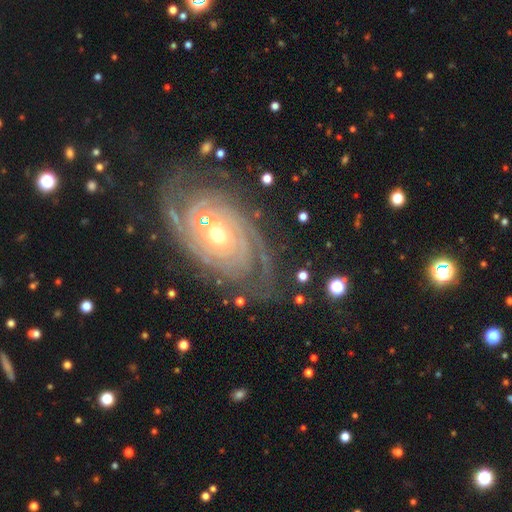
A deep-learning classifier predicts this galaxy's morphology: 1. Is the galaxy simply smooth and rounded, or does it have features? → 89% featured or disk, 6% star or artifact, 5% smooth.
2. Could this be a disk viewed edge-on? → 96% no, 4% yes.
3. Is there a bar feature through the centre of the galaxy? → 61% no, 27% weak, 12% strong.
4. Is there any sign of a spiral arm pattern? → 97% yes, 3% no.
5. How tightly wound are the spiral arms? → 77% tight, 19% medium, 4% loose.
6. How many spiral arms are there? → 26% 2, 23% 3, 22% can't tell, 14% 4, 9% more than 4, 7% 1.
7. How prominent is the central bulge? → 58% moderate, 35% small, 4% large, 1% dominant, 1% none.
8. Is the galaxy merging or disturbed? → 73% none, 15% minor disturbance, 7% major disturbance, 4% merger.